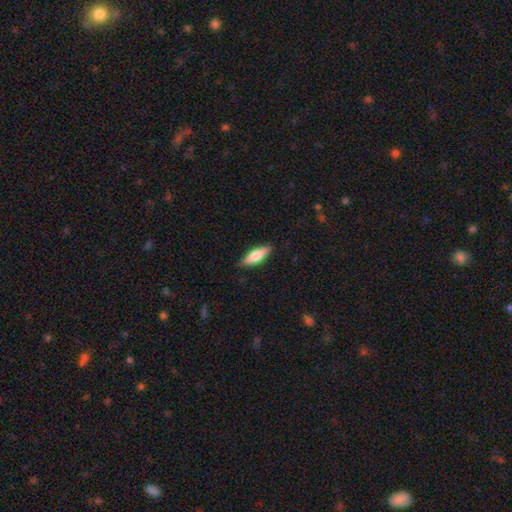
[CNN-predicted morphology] Smooth or featured? smooth (58%)
How rounded? cigar-shaped (49%)
Merging? none (87%)